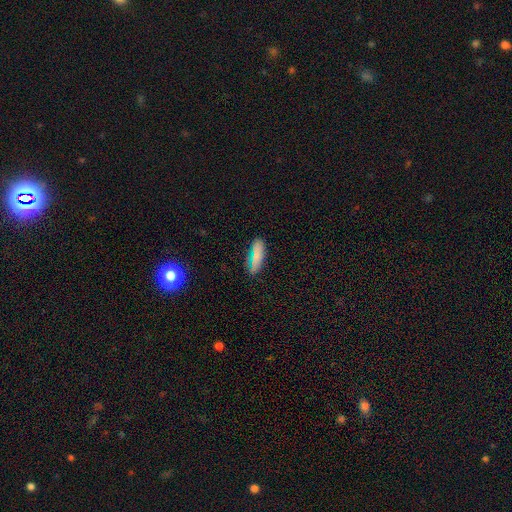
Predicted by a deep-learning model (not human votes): Morphology: type=smooth (76%); roundness=in between (57%); merging=none (77%).